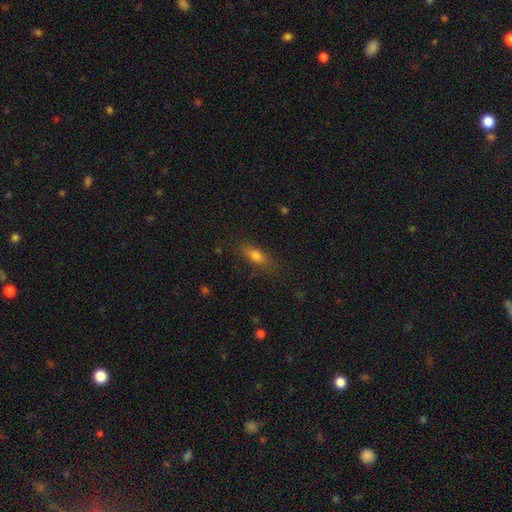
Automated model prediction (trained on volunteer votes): smooth-or-featured: smooth: 75% | featured or disk: 14% | star or artifact: 11%
  how-rounded: in between: 69% | cigar-shaped: 26% | round: 5%
  merging: none: 79% | minor disturbance: 15% | major disturbance: 5% | merger: 2%